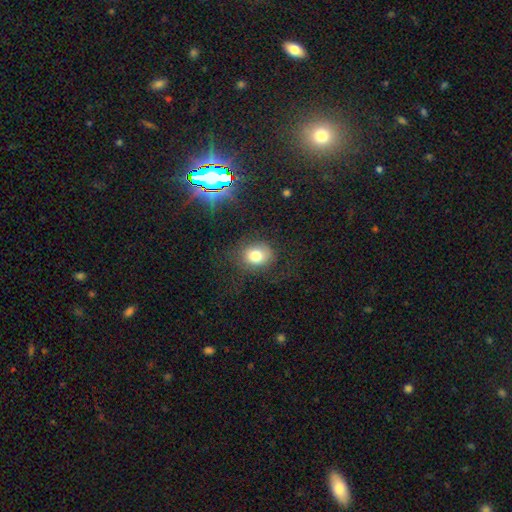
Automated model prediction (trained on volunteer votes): Overall: smooth (76%). How rounded: round (58%; in between 41%). Merging: none (71%).